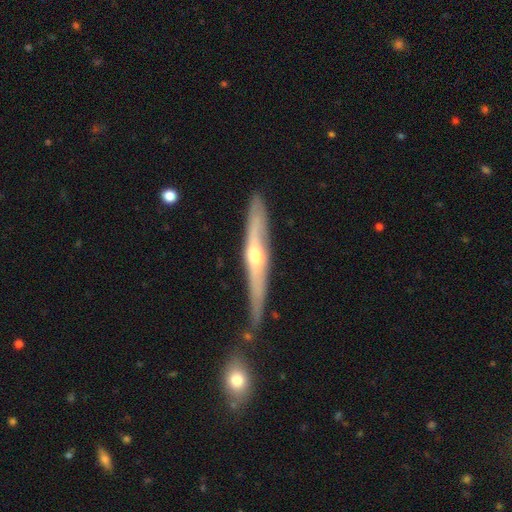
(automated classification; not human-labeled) Smooth or featured? featured or disk (71%)
Edge-on disk? yes (90%)
Edge-on bulge? rounded (83%)
Merging? none (69%)